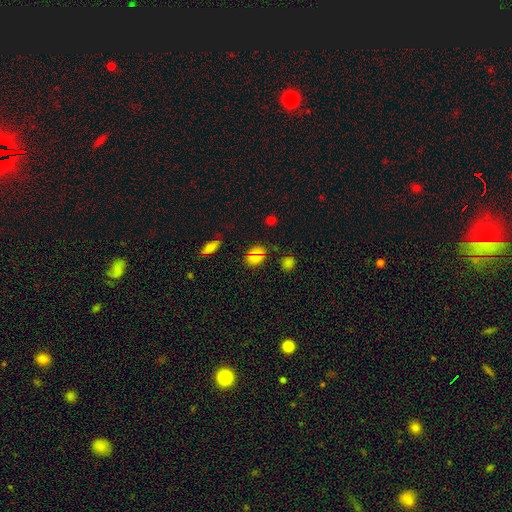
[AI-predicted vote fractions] The model was most divided on "how rounded": in between: 55%, round: 42%, cigar-shaped: 3%. More confident: merging — none (84%); smooth or featured — smooth (69%).